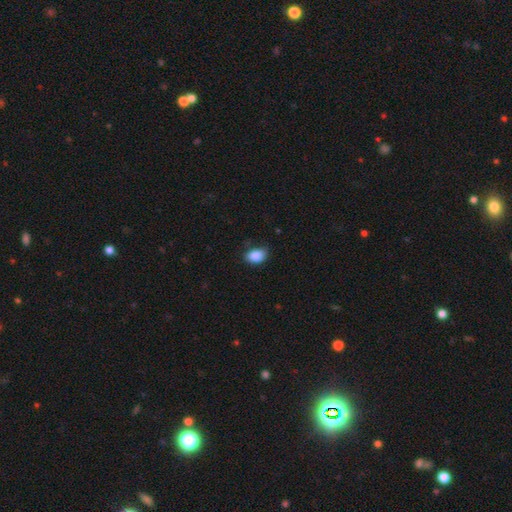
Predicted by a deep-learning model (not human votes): A smooth galaxy with no disk features (88%) that is in between round and cigar-shaped (82%).

Vote fractions:
- Smooth or featured? smooth: 88% / star or artifact: 8% / featured or disk: 4%
- How rounded? in between: 82% / round: 16% / cigar-shaped: 1%
- Merging? none: 73% / minor disturbance: 22% / major disturbance: 4% / merger: 1%